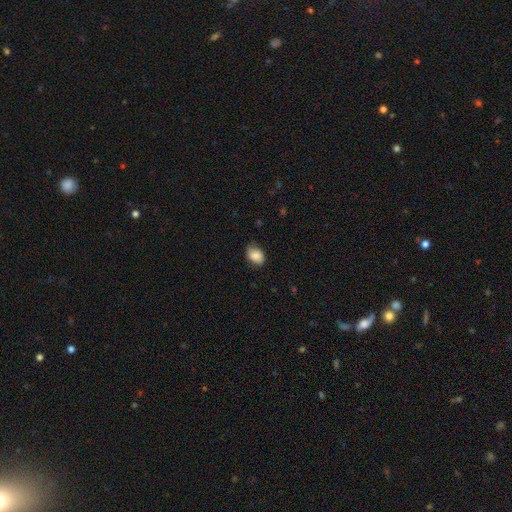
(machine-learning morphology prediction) Smooth or featured: smooth — 79% (featured or disk — 13%)
How rounded: in between — 74% (round — 25%)
Merging: none — 64% (minor disturbance — 29%)